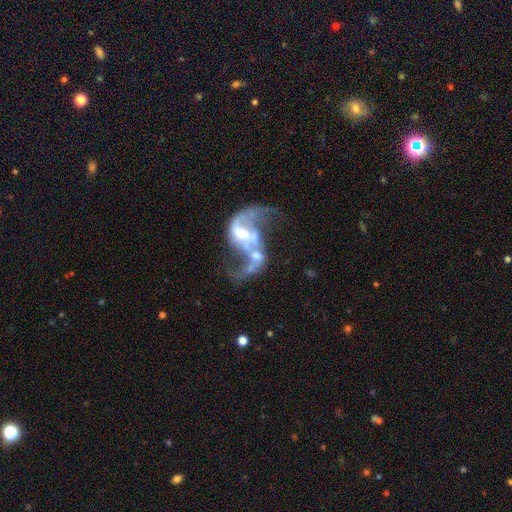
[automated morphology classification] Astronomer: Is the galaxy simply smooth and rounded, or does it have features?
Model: featured or disk — 84%.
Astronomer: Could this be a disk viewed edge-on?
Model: no — 97%.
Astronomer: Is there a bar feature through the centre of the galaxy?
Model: weak — 42% (runner-up: no, 40%).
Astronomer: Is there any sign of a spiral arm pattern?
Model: yes — 82%.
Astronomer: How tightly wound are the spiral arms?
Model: loose — 79%.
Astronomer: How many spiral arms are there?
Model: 2 — 81%.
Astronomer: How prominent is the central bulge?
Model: moderate — 40% (runner-up: small, 33%).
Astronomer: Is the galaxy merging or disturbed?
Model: merger — 40% (runner-up: major disturbance, 27%).